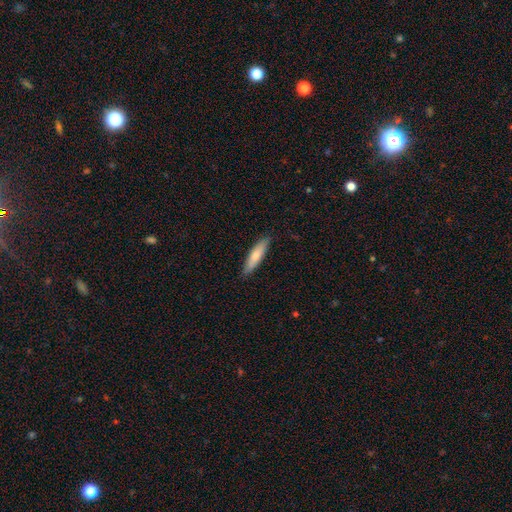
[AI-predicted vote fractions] Overall: smooth (74%). How rounded: cigar-shaped (77%). Merging: none (88%).